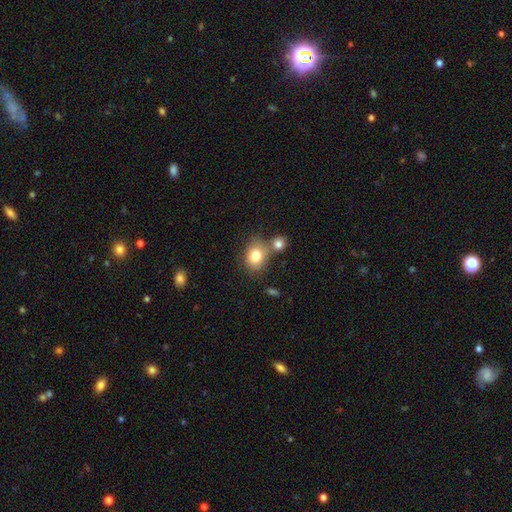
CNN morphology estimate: This appears to be a smooth galaxy with no disk features (81%) that is in between round and cigar-shaped (52%). Merging: none (53%).